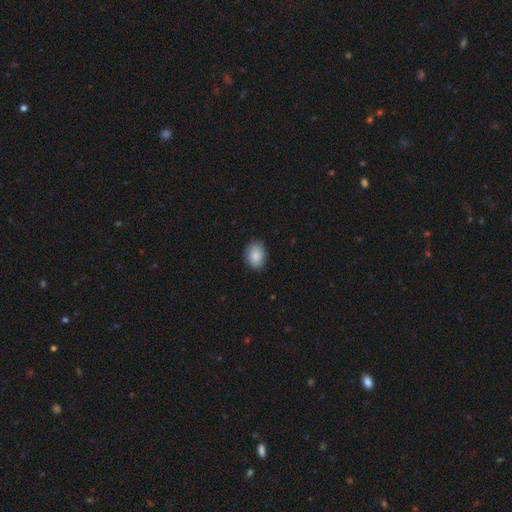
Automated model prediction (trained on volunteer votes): Smooth or featured? Predicted: smooth (p=0.87). How rounded? Predicted: in between (p=0.65). Merging? Predicted: none (p=0.84).